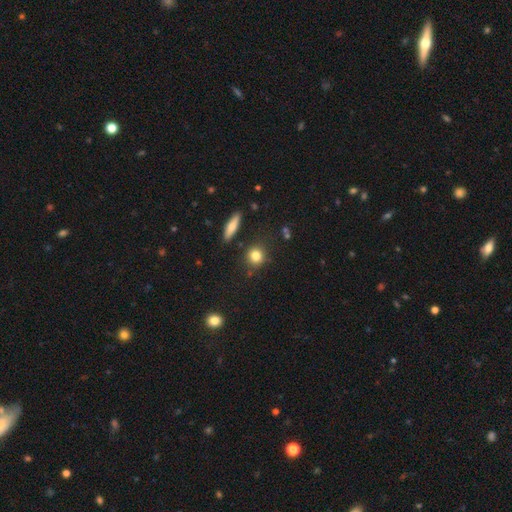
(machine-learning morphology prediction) A smooth galaxy with no disk features (81%) that is round (82%). Merging: none (82%).